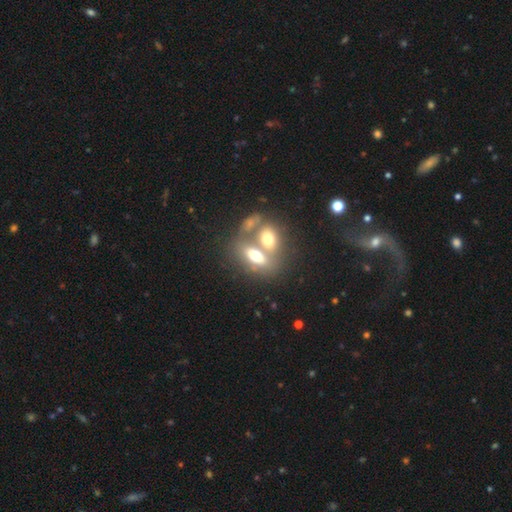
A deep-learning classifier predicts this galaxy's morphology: type=smooth (60%); roundness=in between (82%); merging=merger (60%).